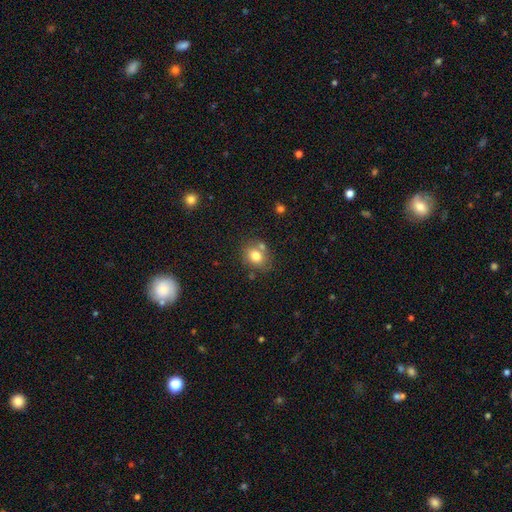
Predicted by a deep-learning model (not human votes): Smooth or featured? smooth (77%)
How rounded? round (59%)
Merging? none (63%)